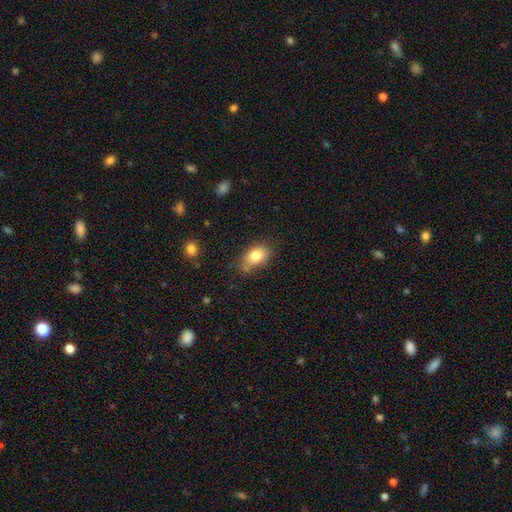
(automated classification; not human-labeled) smooth_or_featured: smooth (p=0.80) [alt: featured or disk p=0.11]
how_rounded: in between (p=0.79) [alt: round p=0.19]
merging: none (p=0.59) [alt: minor disturbance p=0.30]